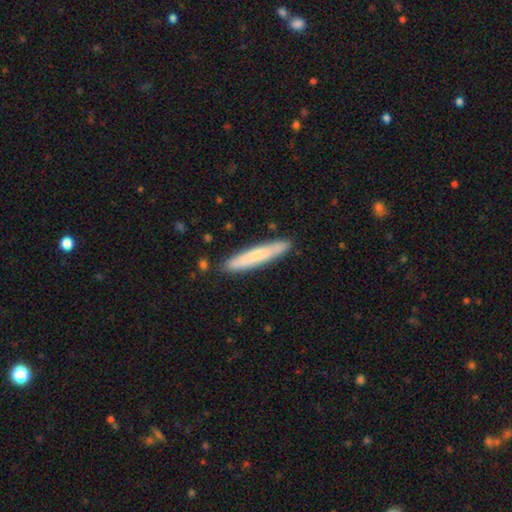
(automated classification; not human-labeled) Smooth or featured? smooth (66%)
How rounded? cigar-shaped (93%)
Merging? none (87%)